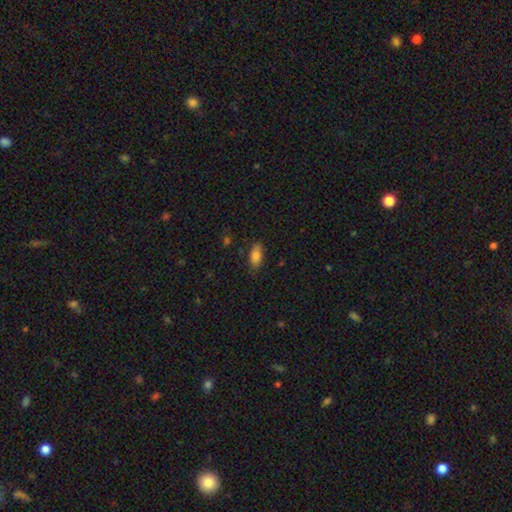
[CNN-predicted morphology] Smooth or featured?
  - smooth: 85% *
  - star or artifact: 8%
  - featured or disk: 7%
How rounded?
  - in between: 88% *
  - cigar-shaped: 10%
  - round: 3%
Merging?
  - none: 81% *
  - minor disturbance: 14%
  - major disturbance: 3%
  - merger: 1%